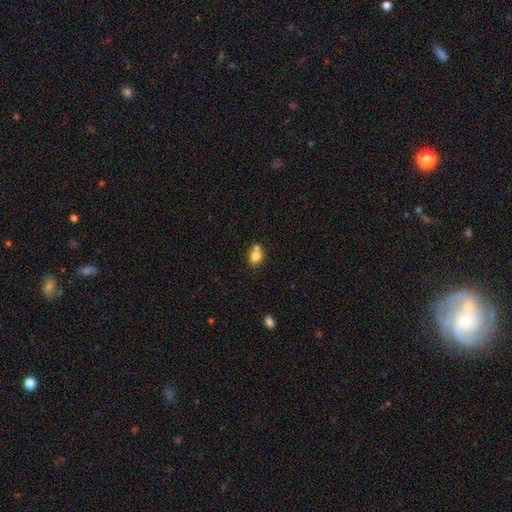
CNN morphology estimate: Smooth or featured: smooth — 77% (featured or disk — 12%)
How rounded: round — 52% (in between — 47%)
Merging: none — 50% (merger — 36%)